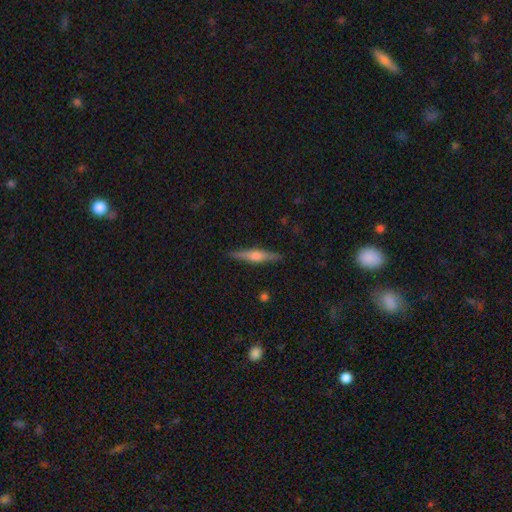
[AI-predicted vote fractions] smooth-or-featured: featured or disk: 57% | smooth: 37% | star or artifact: 6%
  disk-edge-on: yes: 96% | no: 4%
    edge-on-bulge: rounded: 83% | boxy: 10% | none: 7%
  merging: none: 89% | minor disturbance: 8% | major disturbance: 2% | merger: 1%